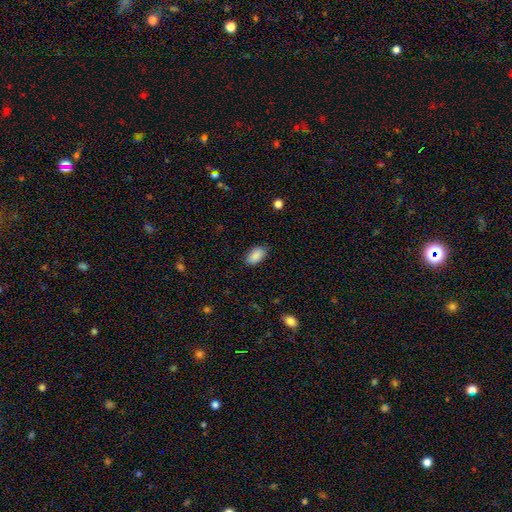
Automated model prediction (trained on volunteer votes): The model was most divided on "merging": none: 84%, minor disturbance: 12%, major disturbance: 3%, merger: 1%. More confident: how rounded — in between (93%); smooth or featured — smooth (89%).